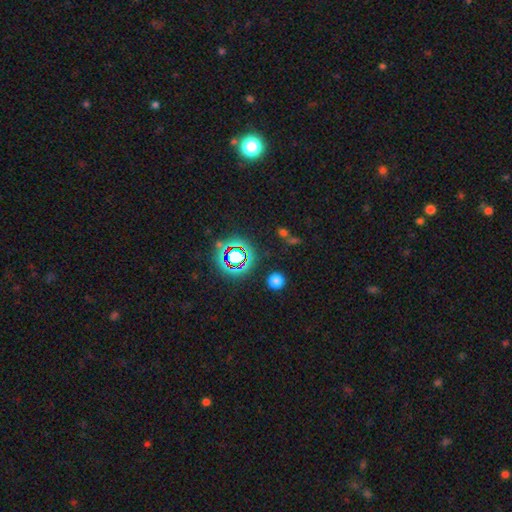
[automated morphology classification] star or artifact 73%, smooth 15%, featured or disk 11%.